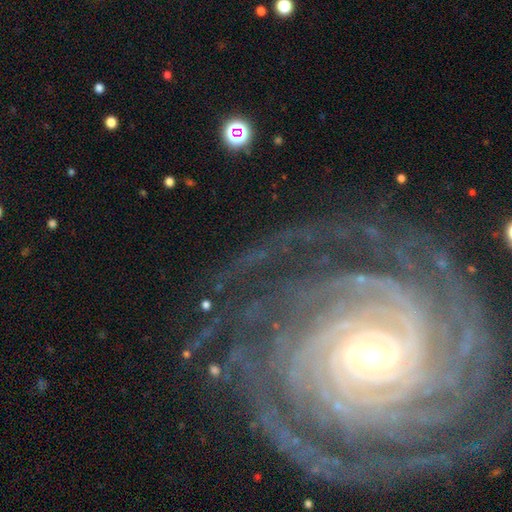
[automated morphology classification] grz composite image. It shows a featured or disk galaxy (90%) with a strong bar (41%), more than 4 (28%) tight (82%) spiral arms (98%) and a small central bulge (52%). Merging: none (75%).